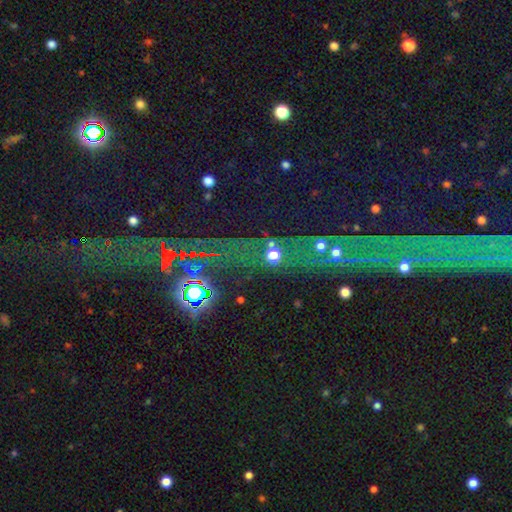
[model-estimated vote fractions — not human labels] Overall: star or artifact (73%).